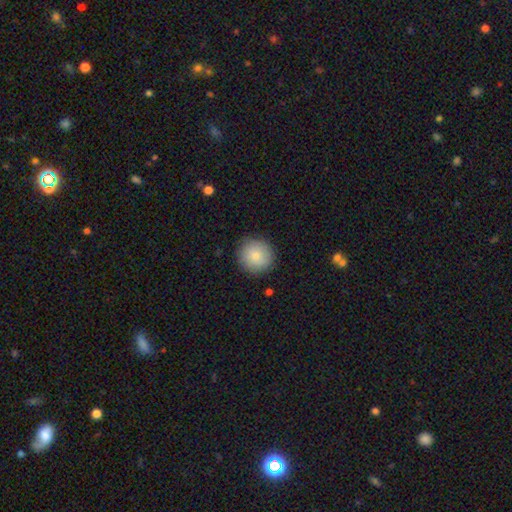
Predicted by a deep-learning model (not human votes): Overall: smooth (82%). How rounded: round (94%). Merging: none (89%).